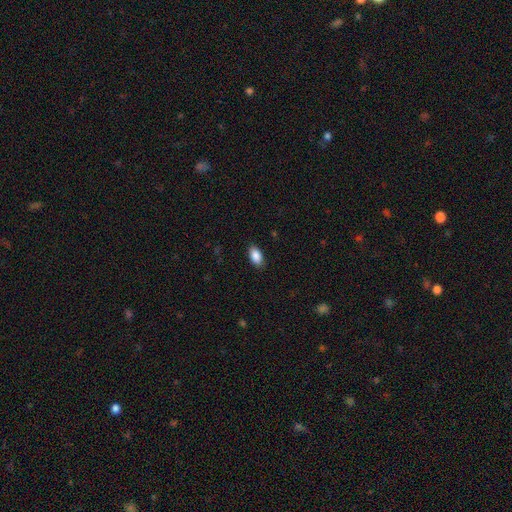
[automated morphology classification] Smooth or featured? Predicted: smooth (p=0.89). How rounded? Predicted: in between (p=0.93). Merging? Predicted: none (p=0.88).